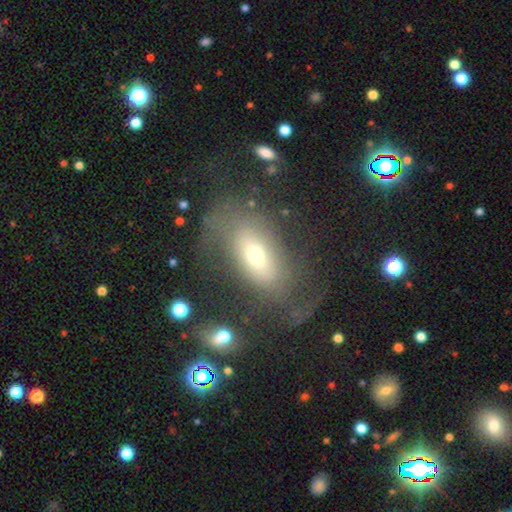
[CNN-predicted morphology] Overall: smooth (50%; featured or disk 38%). Merging: none (44%; major disturbance 32%).